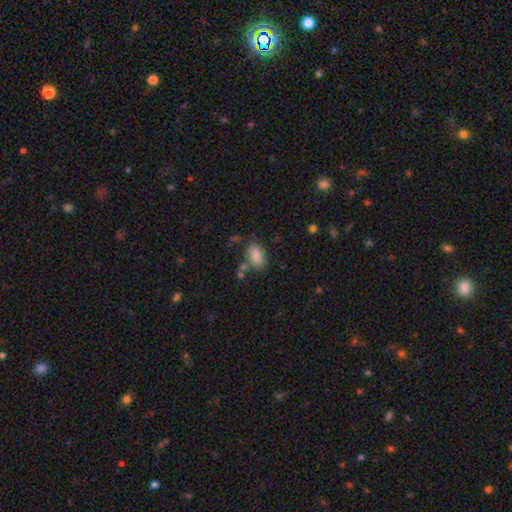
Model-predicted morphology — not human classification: This appears to be a smooth galaxy with no disk features (84%) that is in between round and cigar-shaped (90%). Merging: none (67%).